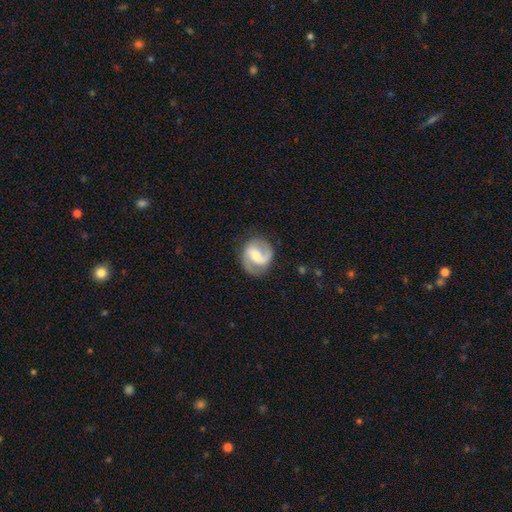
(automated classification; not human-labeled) Smooth or featured: featured or disk — 82% (smooth — 13%)
Edge-on disk: no — 98% (yes — 2%)
Bar: weak — 47% (strong — 30%)
Spiral arms: yes — 95% (no — 5%)
Spiral winding: medium — 51% (loose — 25%)
Spiral arm count: 2 — 88% (1 — 5%)
Bulge size: moderate — 57% (small — 36%)
Merging: none — 80% (minor disturbance — 14%)